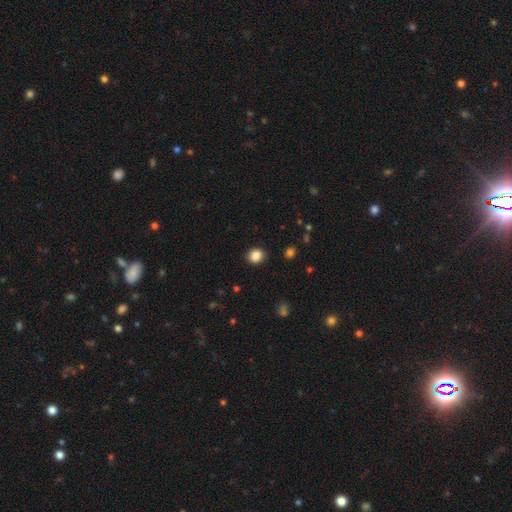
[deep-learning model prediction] This is clearly a smooth galaxy (86%). How rounded: likely round (71%). Merging: clearly none (89%).